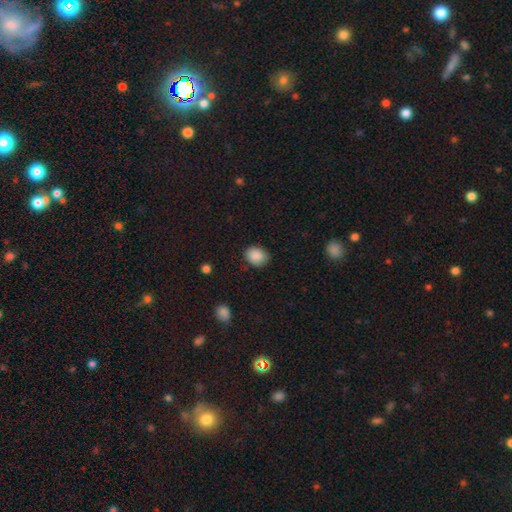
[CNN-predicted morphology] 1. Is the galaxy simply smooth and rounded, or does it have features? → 88% smooth, 8% star or artifact, 4% featured or disk.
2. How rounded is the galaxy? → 56% round, 43% in between, 1% cigar-shaped.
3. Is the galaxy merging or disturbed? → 79% none, 17% minor disturbance, 3% major disturbance, 1% merger.